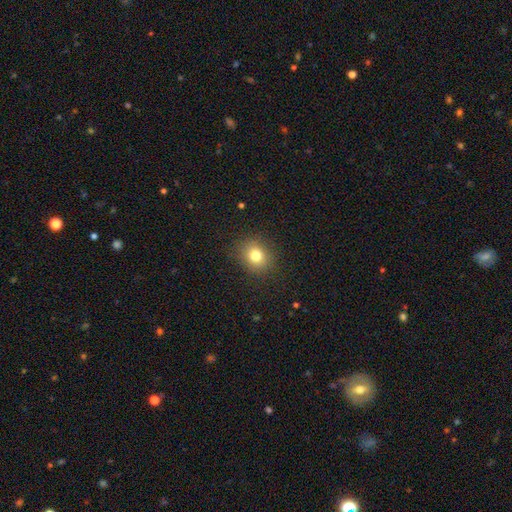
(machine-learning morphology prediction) Smooth or featured: smooth — 79% (star or artifact — 13%)
How rounded: round — 72% (in between — 27%)
Merging: none — 88% (minor disturbance — 8%)